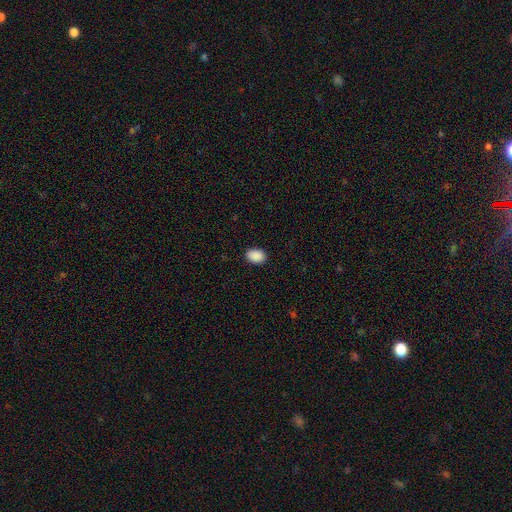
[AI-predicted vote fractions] Smooth or featured? smooth (90%)
How rounded? in between (76%)
Merging? none (88%)